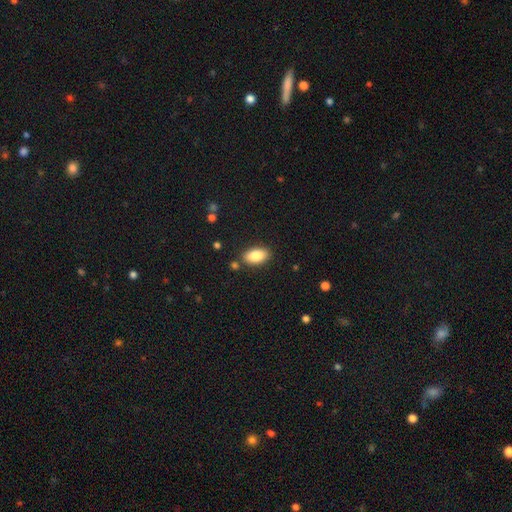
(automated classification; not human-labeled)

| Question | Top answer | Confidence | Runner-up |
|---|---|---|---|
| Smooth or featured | smooth | 85% | featured or disk (8%) |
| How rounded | in between | 92% | cigar-shaped (4%) |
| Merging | none | 85% | minor disturbance (10%) |